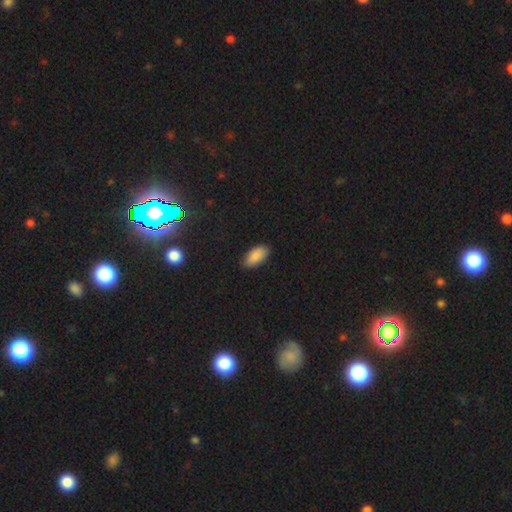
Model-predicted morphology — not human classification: Smooth or featured? smooth (88%)
How rounded? in between (94%)
Merging? none (87%)